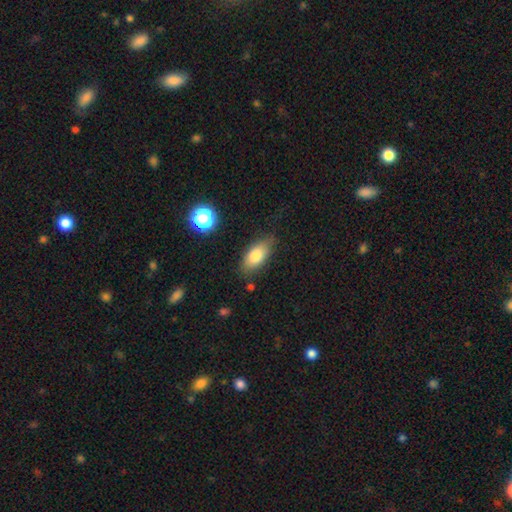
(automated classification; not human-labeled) Smooth or featured? smooth (81%)
How rounded? in between (87%)
Merging? none (75%)